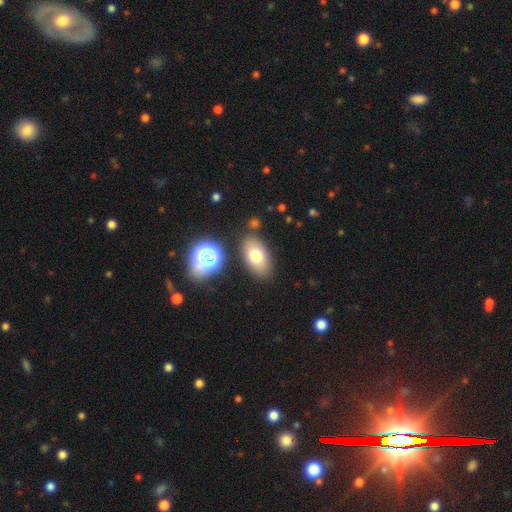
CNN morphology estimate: smooth_or_featured: smooth (p=0.73) [alt: featured or disk p=0.17]
how_rounded: in between (p=0.90) [alt: round p=0.08]
merging: none (p=0.82) [alt: minor disturbance p=0.10]